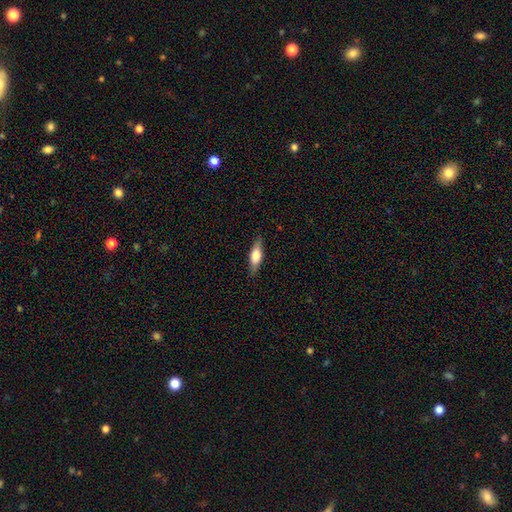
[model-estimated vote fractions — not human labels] The model was most divided on "how rounded": in between: 49%, cigar-shaped: 48%, round: 3%. More confident: merging — none (86%); smooth or featured — smooth (57%).